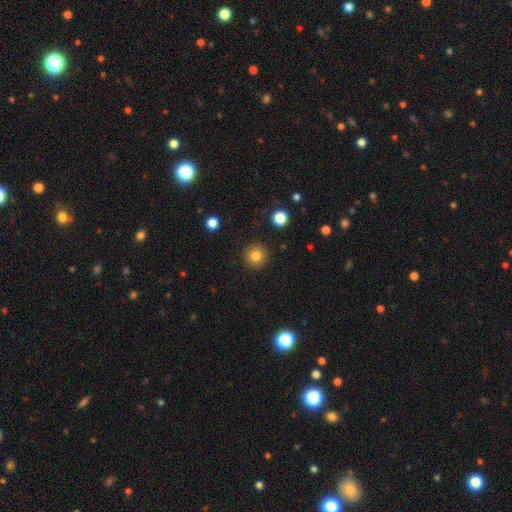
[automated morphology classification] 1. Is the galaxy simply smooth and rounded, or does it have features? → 81% smooth, 12% star or artifact, 7% featured or disk.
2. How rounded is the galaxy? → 95% round, 4% in between, 1% cigar-shaped.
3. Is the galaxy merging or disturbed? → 92% none, 5% minor disturbance, 2% major disturbance, 1% merger.